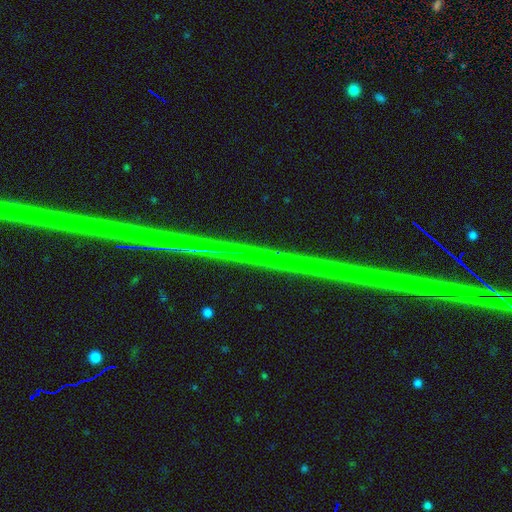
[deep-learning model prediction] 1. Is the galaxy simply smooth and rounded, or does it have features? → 89% star or artifact, 8% featured or disk, 3% smooth.